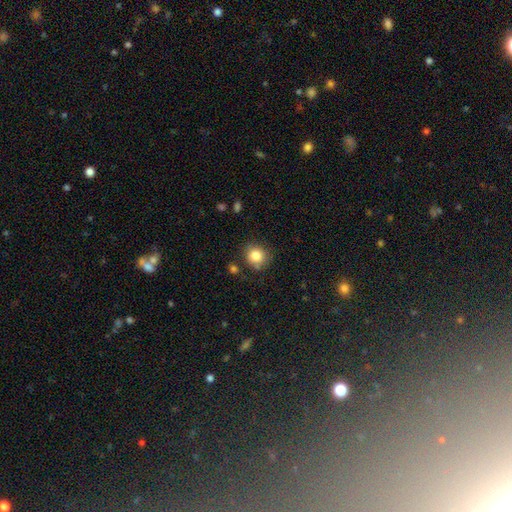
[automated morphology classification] Overall: smooth (83%). How rounded: round (86%). Merging: none (78%).